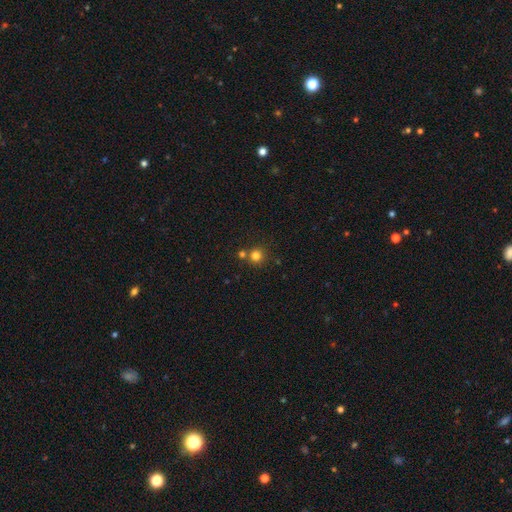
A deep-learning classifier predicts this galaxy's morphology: Q: Smooth or featured?
A: smooth (79%); runner-up: star or artifact (15%)
Q: How rounded?
A: round (93%); runner-up: in between (6%)
Q: Merging?
A: none (70%); runner-up: merger (20%)